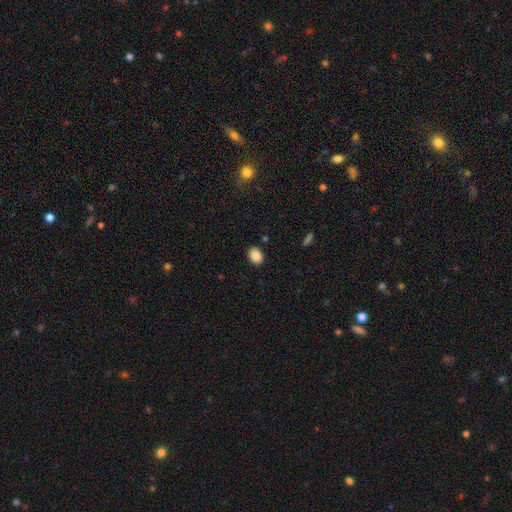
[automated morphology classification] This is clearly a smooth galaxy (88%). How rounded: likely in between (65%). Merging: clearly none (88%).